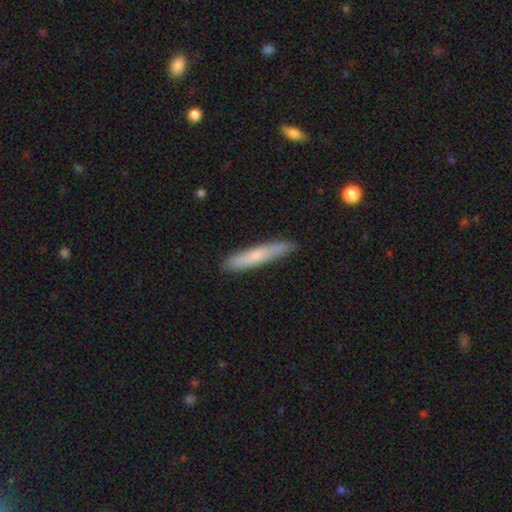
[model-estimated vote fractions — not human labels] Smooth or featured? smooth (70%)
How rounded? cigar-shaped (93%)
Merging? none (86%)